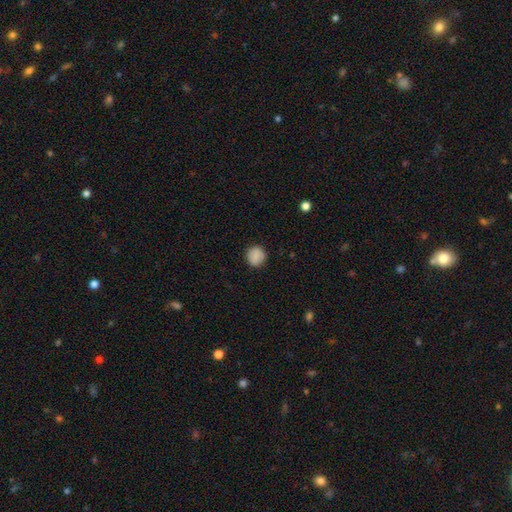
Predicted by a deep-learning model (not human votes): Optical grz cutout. It shows a smooth galaxy with no disk features (85%) that is round (86%). Merging: none (85%).